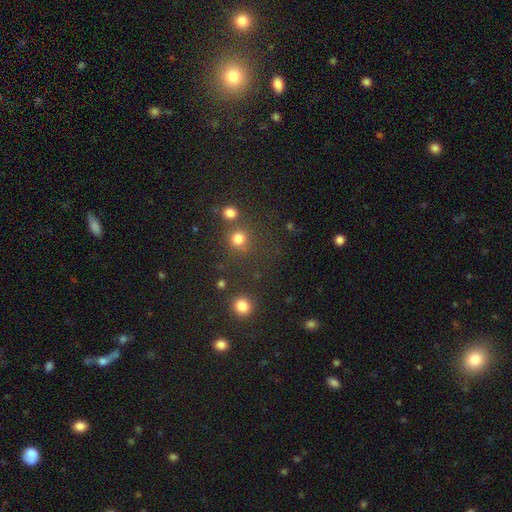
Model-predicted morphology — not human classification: type=star or artifact (51%).